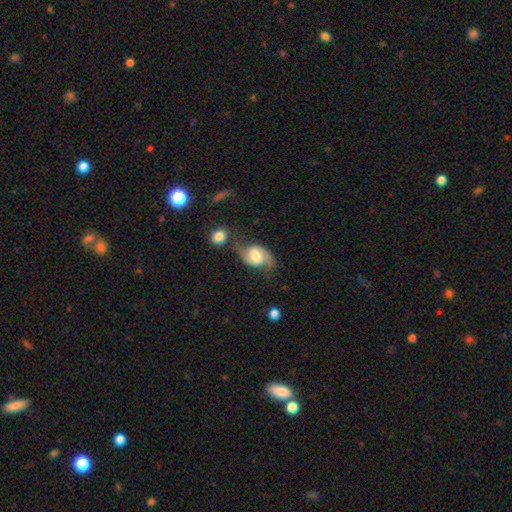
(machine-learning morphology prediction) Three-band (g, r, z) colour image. It shows a featured or disk galaxy (74%) with a weak bar (50%), 2 (92%) loose (49%) spiral arms (93%) and a moderate central bulge (54%). Merging: none (59%).